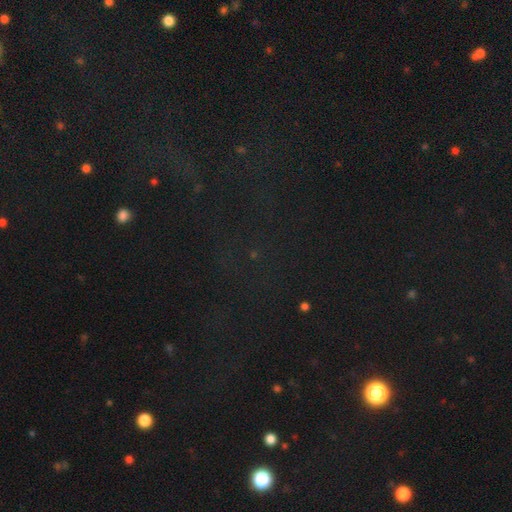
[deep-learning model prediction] Q: Smooth or featured?
A: star or artifact (75%); runner-up: smooth (16%)